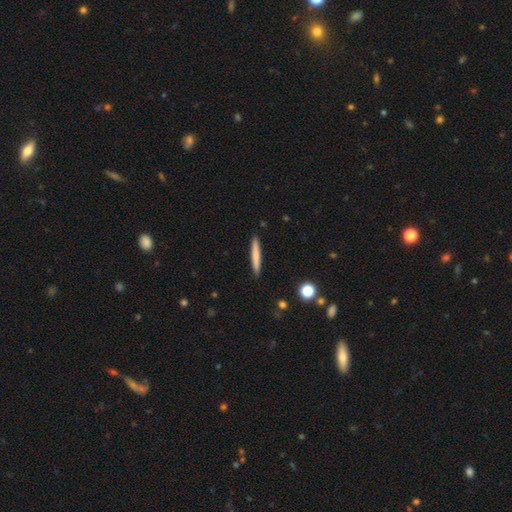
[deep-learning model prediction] A smooth galaxy with no disk features (73%) that is cigar-shaped (96%). Merging: none (91%).